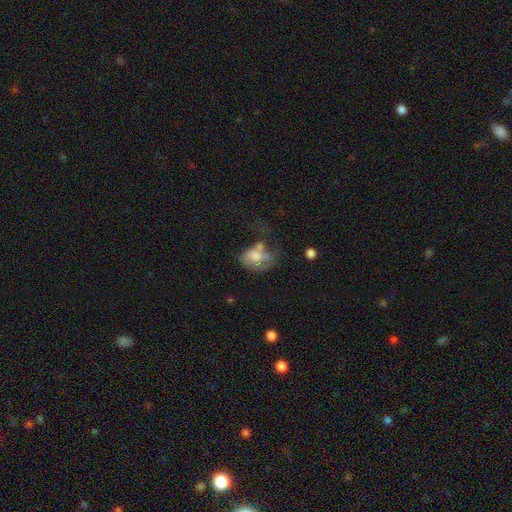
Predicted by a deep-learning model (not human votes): smooth-or-featured: smooth: 54% | featured or disk: 36% | star or artifact: 9%
  how-rounded: in between: 71% | round: 27% | cigar-shaped: 1%
  merging: major disturbance: 38% | minor disturbance: 22% | none: 20% | merger: 20%